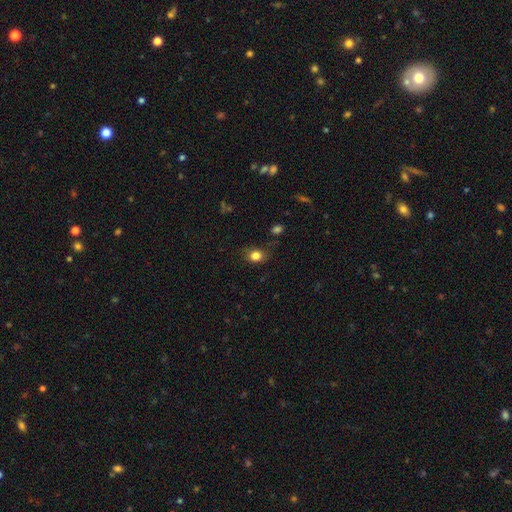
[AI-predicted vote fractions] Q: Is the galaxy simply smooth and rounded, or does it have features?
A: smooth — 82%.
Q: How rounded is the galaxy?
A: round — 53%.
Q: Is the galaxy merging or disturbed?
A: none — 75%.